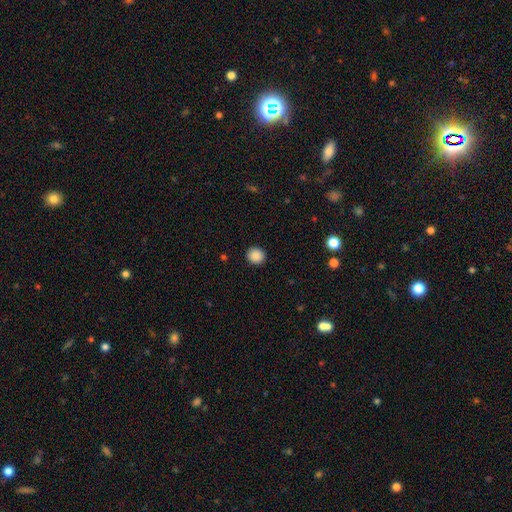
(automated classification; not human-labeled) The model was most divided on "how rounded": round: 83%, in between: 16%, cigar-shaped: 1%. More confident: merging — none (91%); smooth or featured — smooth (88%).